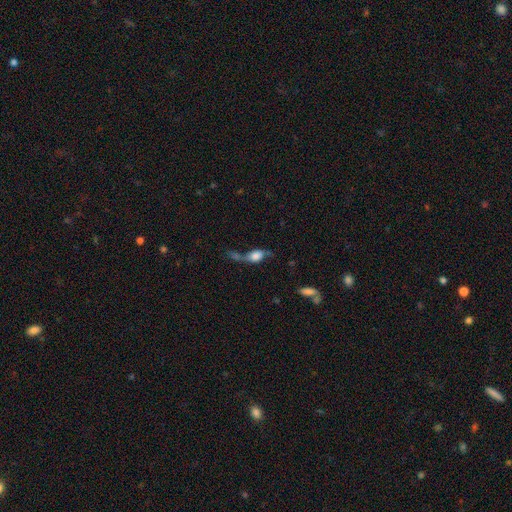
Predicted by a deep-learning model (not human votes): Morphology: type=smooth (50%); roundness=in between (72%); merging=merger (33%).